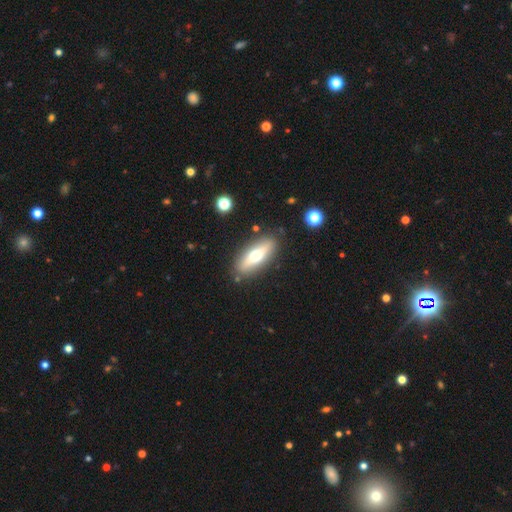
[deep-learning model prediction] Smooth or featured? Predicted: smooth (p=0.52). How rounded? Predicted: in between (p=0.58). Merging? Predicted: none (p=0.84).